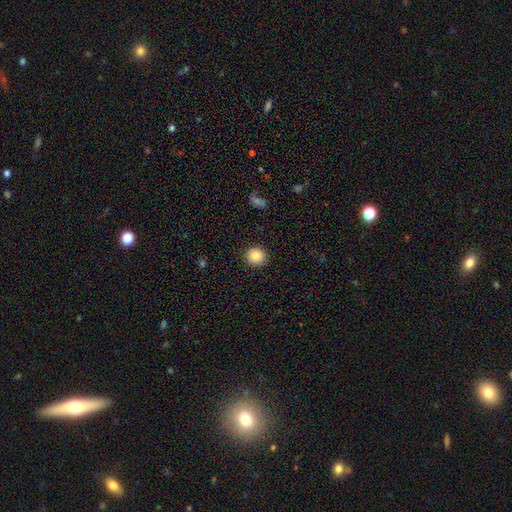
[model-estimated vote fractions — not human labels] Smooth or featured?
  - smooth: 86% *
  - star or artifact: 9%
  - featured or disk: 6%
How rounded?
  - round: 91% *
  - in between: 8%
  - cigar-shaped: 1%
Merging?
  - none: 92% *
  - minor disturbance: 5%
  - major disturbance: 2%
  - merger: 1%